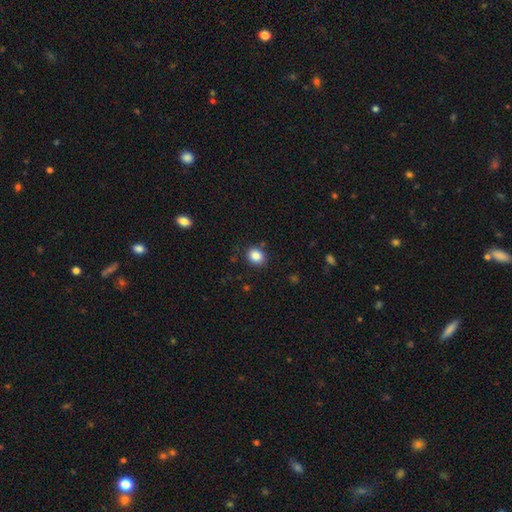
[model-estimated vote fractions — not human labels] Overall: smooth (86%). How rounded: round (66%; in between 33%). Merging: none (84%).